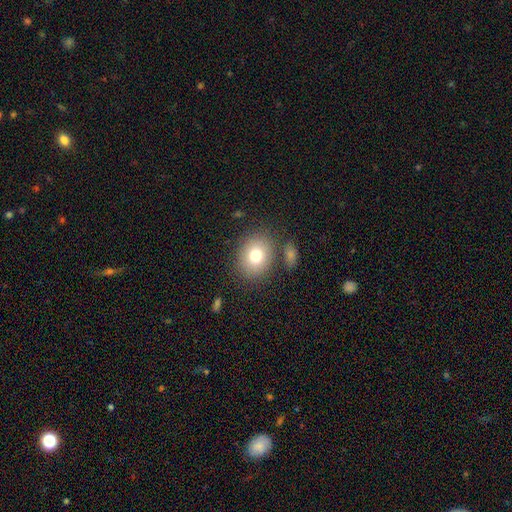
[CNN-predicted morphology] Q: Smooth or featured?
A: smooth (78%); runner-up: featured or disk (12%)
Q: How rounded?
A: round (61%); runner-up: in between (38%)
Q: Merging?
A: none (79%); runner-up: minor disturbance (10%)